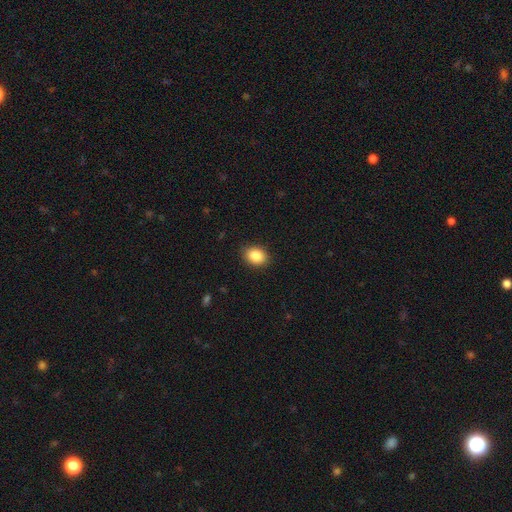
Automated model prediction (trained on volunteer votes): The model was most divided on "how rounded": in between: 67%, round: 32%, cigar-shaped: 1%. More confident: merging — none (88%); smooth or featured — smooth (87%).